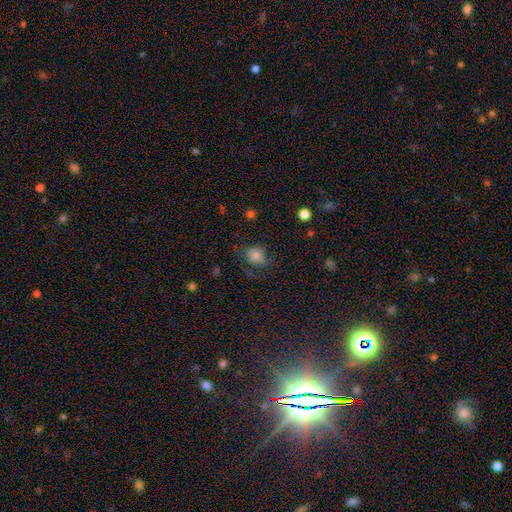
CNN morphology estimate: This appears to be a smooth galaxy with no disk features (79%) that is round (66%). Merging: none (65%).